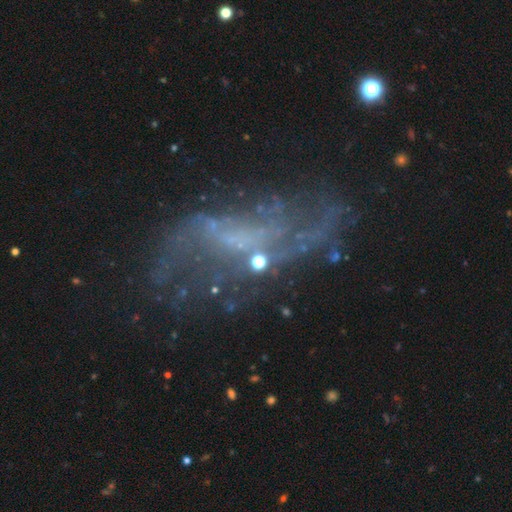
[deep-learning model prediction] Q: Smooth or featured?
A: featured or disk (70%); runner-up: star or artifact (17%)
Q: Edge-on disk?
A: no (93%); runner-up: yes (7%)
Q: Bar?
A: no (63%); runner-up: weak (27%)
Q: Spiral arms?
A: yes (55%); runner-up: no (45%)
Q: Bulge size?
A: none (52%); runner-up: small (35%)
Q: Merging?
A: none (40%); runner-up: major disturbance (34%)